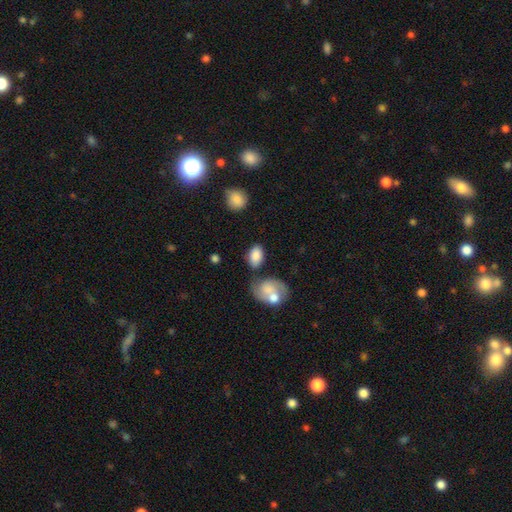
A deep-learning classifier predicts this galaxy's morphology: Smooth or featured?
  - smooth: 83% *
  - featured or disk: 10%
  - star or artifact: 7%
How rounded?
  - in between: 89% *
  - round: 9%
  - cigar-shaped: 2%
Merging?
  - none: 62% *
  - minor disturbance: 18%
  - merger: 14%
  - major disturbance: 7%